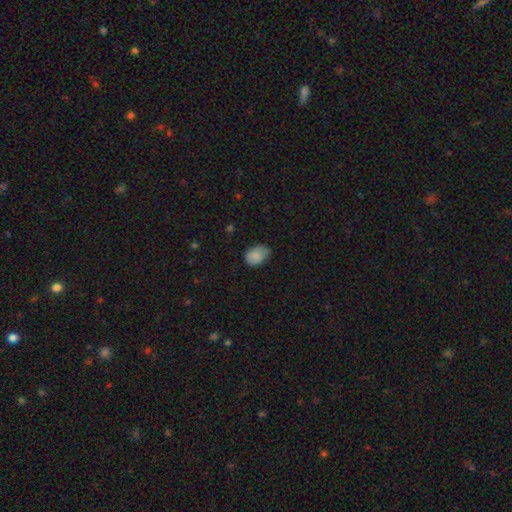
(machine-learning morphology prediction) Smooth or featured? Predicted: smooth (p=0.85). How rounded? Predicted: in between (p=0.75). Merging? Predicted: none (p=0.64).